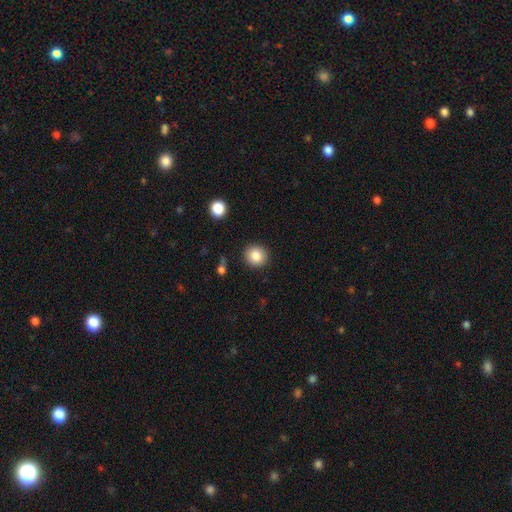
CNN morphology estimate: Smooth or featured? smooth (85%)
How rounded? round (89%)
Merging? none (90%)